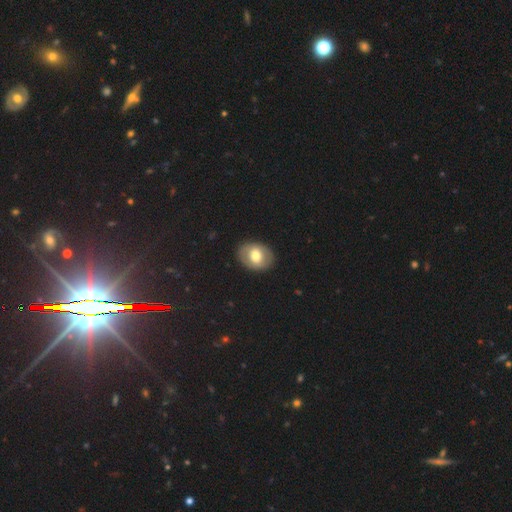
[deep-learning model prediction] Smooth or featured? Predicted: smooth (p=0.60). How rounded? Predicted: in between (p=0.61). Merging? Predicted: none (p=0.87).